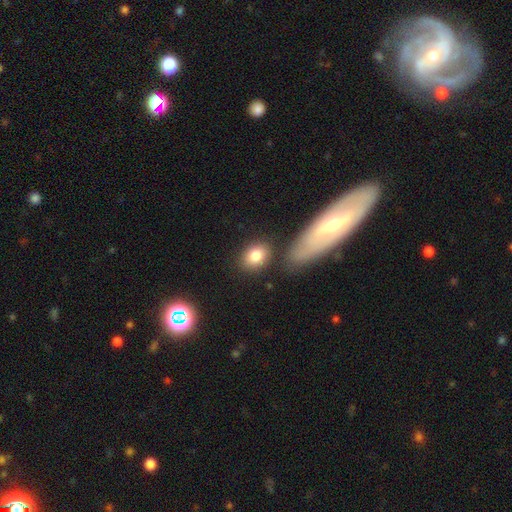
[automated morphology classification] smooth 82%, featured or disk 10%, star or artifact 8%. Down the decision tree: how rounded — in between (64%); merging — none (77%).